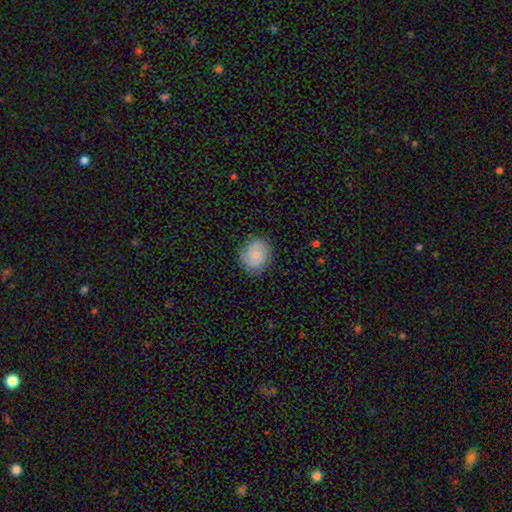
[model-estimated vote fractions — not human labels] Smooth or featured?
  - smooth: 78% *
  - featured or disk: 14%
  - star or artifact: 8%
How rounded?
  - round: 71% *
  - in between: 28%
  - cigar-shaped: 1%
Merging?
  - none: 82% *
  - minor disturbance: 13%
  - major disturbance: 4%
  - merger: 1%